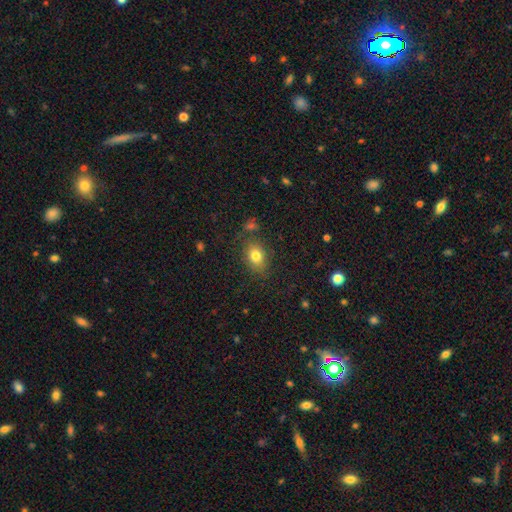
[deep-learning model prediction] A smooth galaxy with no disk features (79%) that is in between round and cigar-shaped (67%). Merging: none (78%).